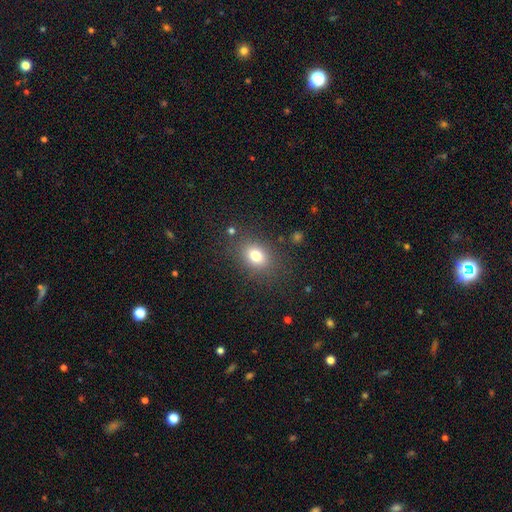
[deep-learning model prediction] Q: Smooth or featured?
A: smooth (78%); runner-up: star or artifact (13%)
Q: How rounded?
A: in between (61%); runner-up: round (37%)
Q: Merging?
A: none (82%); runner-up: minor disturbance (11%)